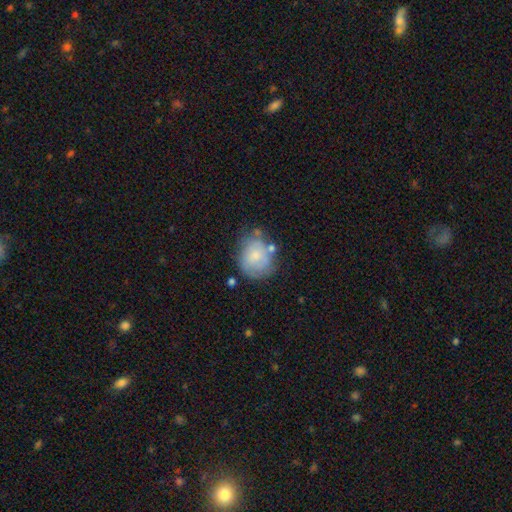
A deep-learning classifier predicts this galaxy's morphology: Overall: smooth (61%; featured or disk 31%). How rounded: round (65%; in between 34%). Merging: none (55%; minor disturbance 26%).